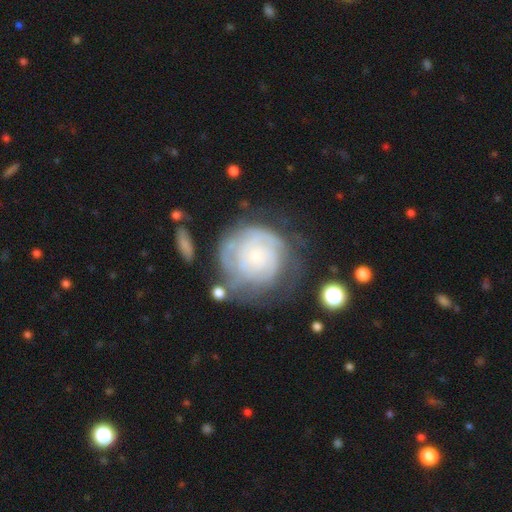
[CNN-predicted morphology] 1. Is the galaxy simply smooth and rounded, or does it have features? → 70% featured or disk, 23% smooth, 7% star or artifact.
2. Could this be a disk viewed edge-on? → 98% no, 2% yes.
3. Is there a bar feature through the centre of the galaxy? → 80% no, 17% weak, 3% strong.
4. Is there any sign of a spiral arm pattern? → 86% yes, 14% no.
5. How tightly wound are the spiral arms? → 74% tight, 20% medium, 7% loose.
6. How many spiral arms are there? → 52% can't tell, 15% 2, 14% 3, 8% 4, 6% 1, 5% more than 4.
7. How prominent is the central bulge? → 71% small, 16% moderate, 9% none, 3% large, 2% dominant.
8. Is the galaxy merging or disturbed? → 56% none, 22% minor disturbance, 16% major disturbance, 5% merger.